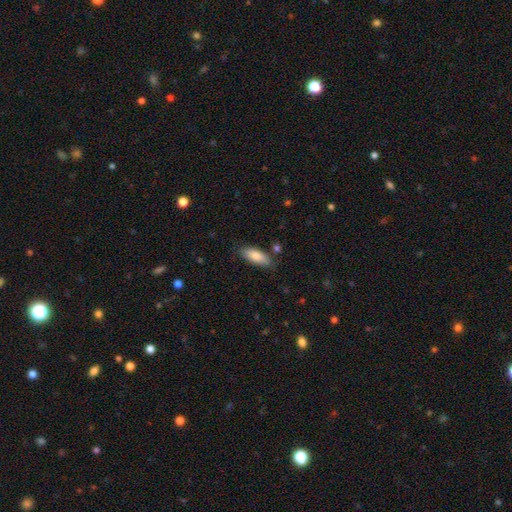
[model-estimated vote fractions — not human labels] Morphology: type=smooth (82%); roundness=in between (76%); merging=none (81%).